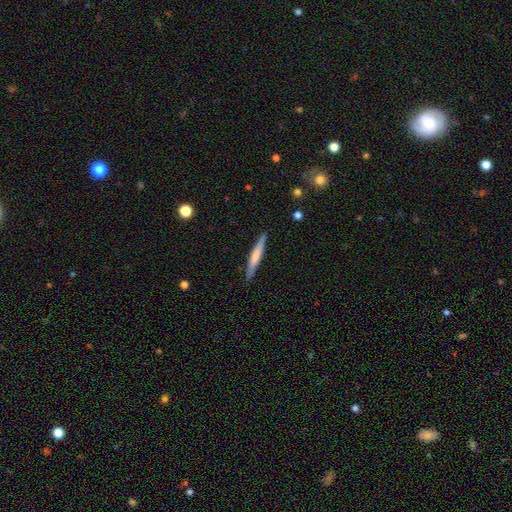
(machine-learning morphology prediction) This appears to be a smooth galaxy with no disk features (56%) that is cigar-shaped (95%). Merging: none (89%).